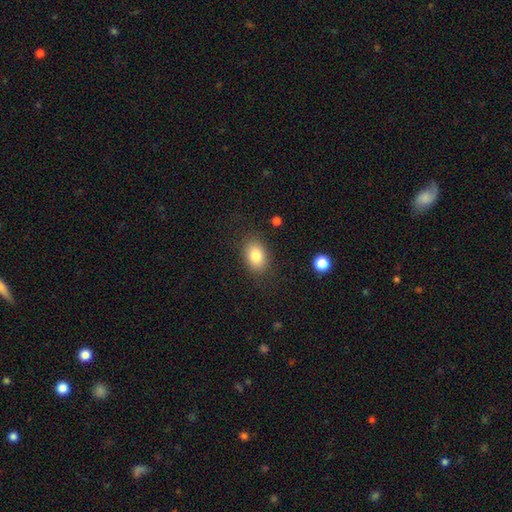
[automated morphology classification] Smooth or featured?
  - smooth: 83% *
  - featured or disk: 9%
  - star or artifact: 8%
How rounded?
  - in between: 80% *
  - round: 19%
  - cigar-shaped: 1%
Merging?
  - none: 83% *
  - minor disturbance: 11%
  - major disturbance: 4%
  - merger: 1%